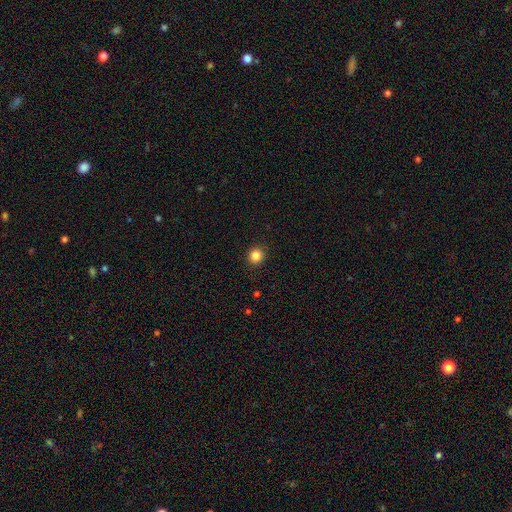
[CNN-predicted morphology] A smooth galaxy with no disk features (85%) that is round (90%).

Vote fractions:
- Smooth or featured? smooth: 85% / star or artifact: 11% / featured or disk: 4%
- How rounded? round: 90% / in between: 9% / cigar-shaped: 1%
- Merging? none: 92% / minor disturbance: 5% / major disturbance: 2% / merger: 1%